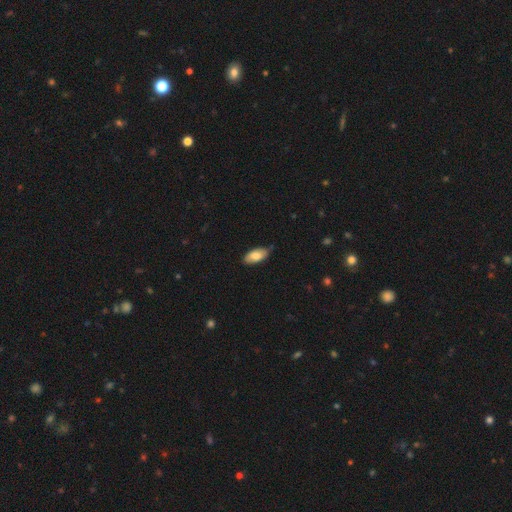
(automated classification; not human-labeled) Smooth or featured: smooth — 81% (featured or disk — 13%)
How rounded: in between — 91% (cigar-shaped — 7%)
Merging: none — 79% (minor disturbance — 18%)